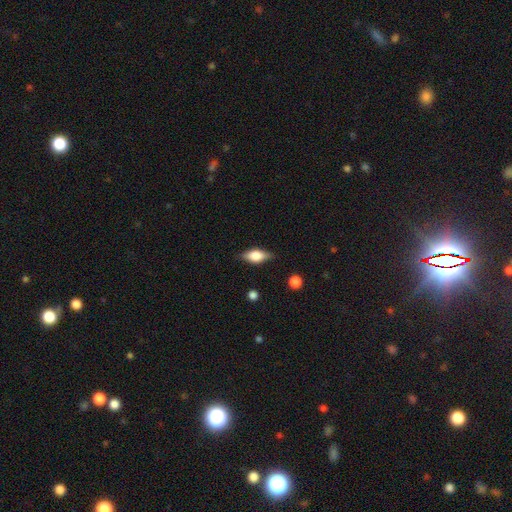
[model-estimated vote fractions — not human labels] Q: Smooth or featured?
A: smooth (57%); runner-up: featured or disk (35%)
Q: How rounded?
A: in between (80%); runner-up: cigar-shaped (14%)
Q: Merging?
A: none (80%); runner-up: minor disturbance (15%)